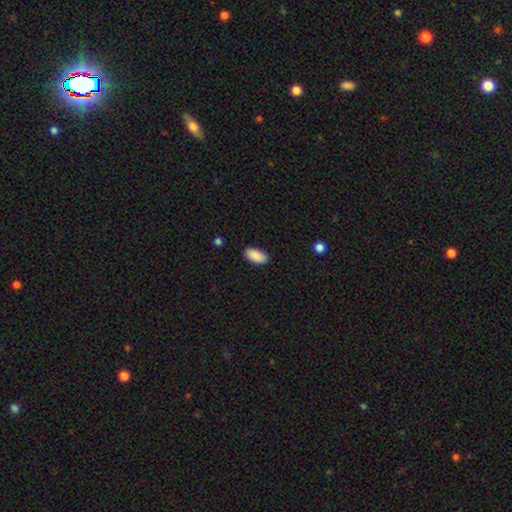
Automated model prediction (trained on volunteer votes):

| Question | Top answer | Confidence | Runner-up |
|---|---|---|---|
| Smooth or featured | smooth | 90% | star or artifact (6%) |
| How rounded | in between | 93% | cigar-shaped (5%) |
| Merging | none | 88% | minor disturbance (9%) |